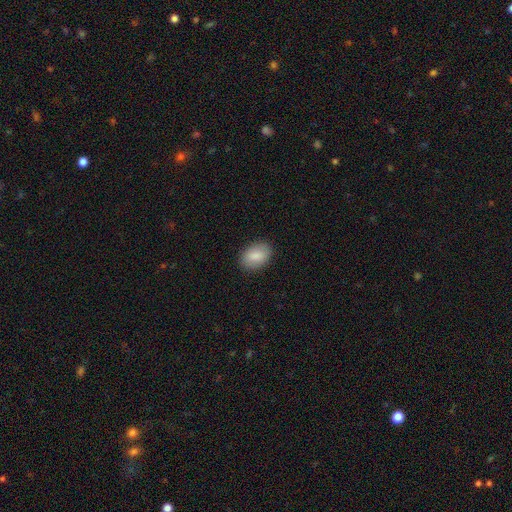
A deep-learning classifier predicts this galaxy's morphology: Smooth or featured? Predicted: smooth (p=0.86). How rounded? Predicted: in between (p=0.86). Merging? Predicted: none (p=0.88).